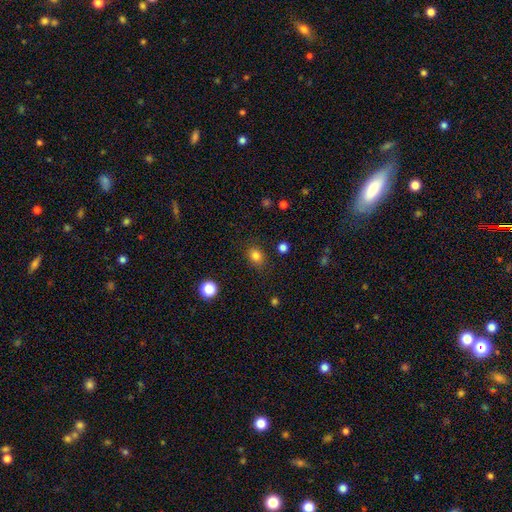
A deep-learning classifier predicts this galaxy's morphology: smooth 83%, star or artifact 12%, featured or disk 5%. Down the decision tree: how rounded — round (53%); merging — none (84%).